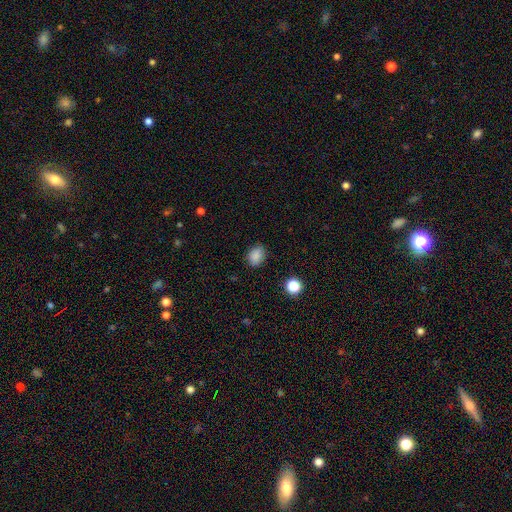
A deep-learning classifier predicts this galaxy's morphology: Smooth or featured?
  - smooth: 86% *
  - star or artifact: 11%
  - featured or disk: 4%
How rounded?
  - in between: 63% *
  - round: 35%
  - cigar-shaped: 1%
Merging?
  - none: 83% *
  - minor disturbance: 13%
  - major disturbance: 3%
  - merger: 1%